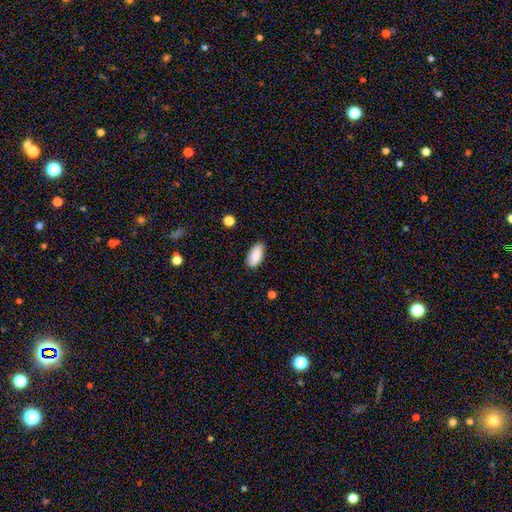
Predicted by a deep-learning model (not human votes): Smooth or featured? smooth (85%)
How rounded? in between (92%)
Merging? none (85%)